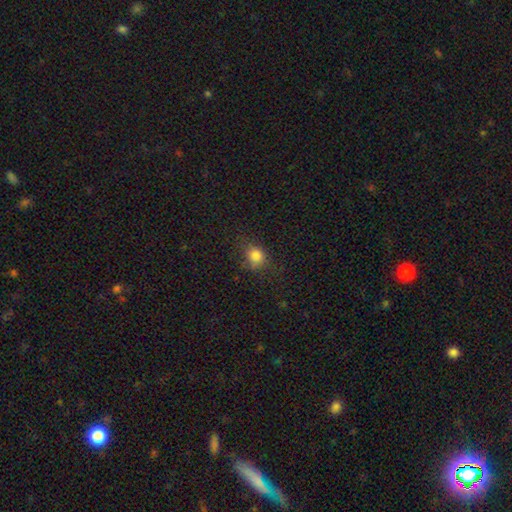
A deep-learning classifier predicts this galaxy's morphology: Smooth or featured? Predicted: smooth (p=0.80). How rounded? Predicted: round (p=0.69). Merging? Predicted: none (p=0.68).